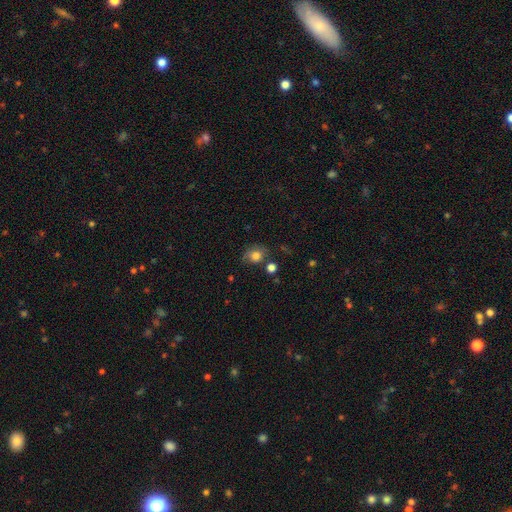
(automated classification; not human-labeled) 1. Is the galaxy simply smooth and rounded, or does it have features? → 77% smooth, 11% star or artifact, 11% featured or disk.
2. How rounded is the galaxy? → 64% round, 35% in between, 1% cigar-shaped.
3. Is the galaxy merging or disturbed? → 60% none, 24% minor disturbance, 9% major disturbance, 7% merger.